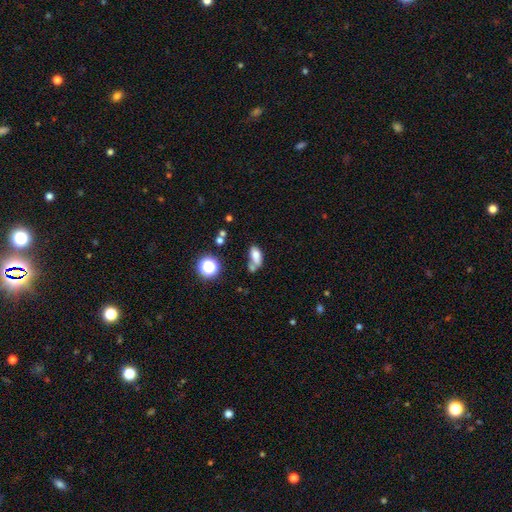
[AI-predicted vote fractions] Smooth or featured: smooth — 71% (featured or disk — 16%)
How rounded: in between — 84% (round — 9%)
Merging: merger — 40% (none — 33%)